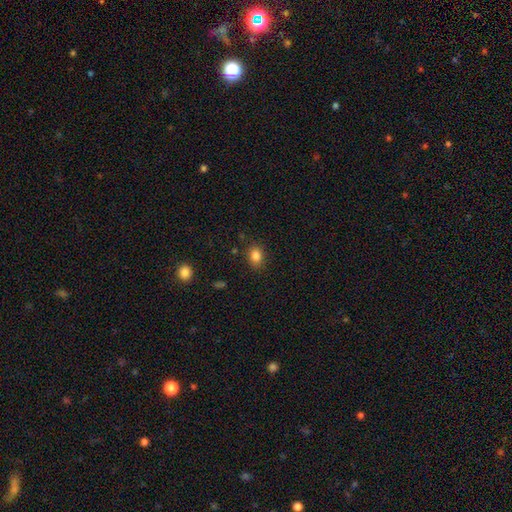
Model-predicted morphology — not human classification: smooth_or_featured: smooth (p=0.84) [alt: star or artifact p=0.11]
how_rounded: in between (p=0.60) [alt: round p=0.39]
merging: none (p=0.84) [alt: minor disturbance p=0.12]